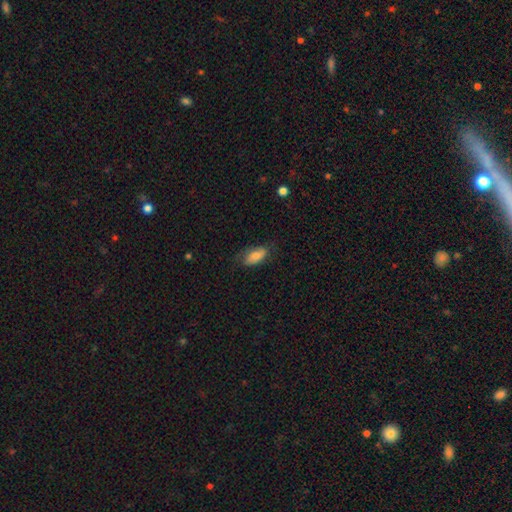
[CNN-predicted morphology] The model was most divided on "merging": none: 68%, minor disturbance: 23%, major disturbance: 8%, merger: 1%. More confident: how rounded — in between (89%); smooth or featured — smooth (75%).